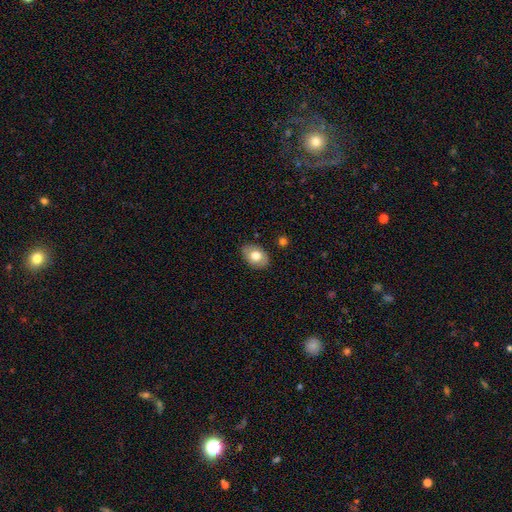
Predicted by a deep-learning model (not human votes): This is likely a smooth galaxy (72%). How rounded: clearly in between (80%). Merging: clearly none (83%).